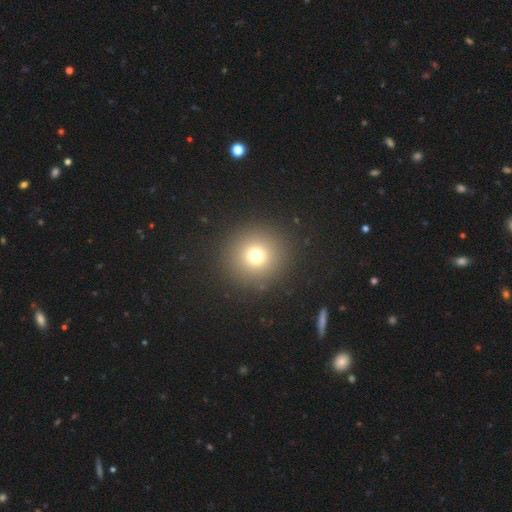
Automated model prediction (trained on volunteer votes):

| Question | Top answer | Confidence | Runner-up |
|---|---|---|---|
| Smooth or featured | smooth | 73% | star or artifact (17%) |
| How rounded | round | 95% | in between (4%) |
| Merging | none | 90% | minor disturbance (5%) |